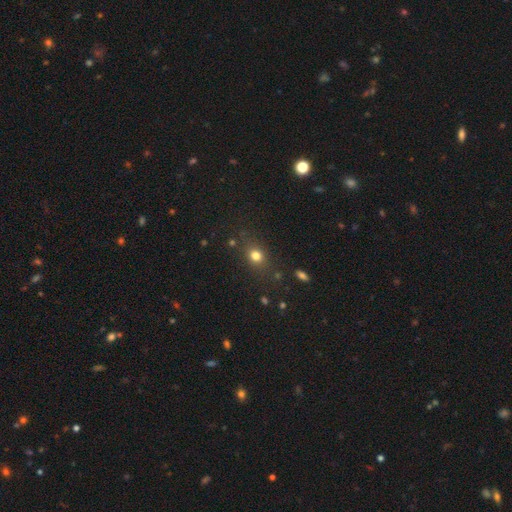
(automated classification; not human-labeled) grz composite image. It shows a smooth galaxy with no disk features (76%) that is round (62%). Merging: none (78%).